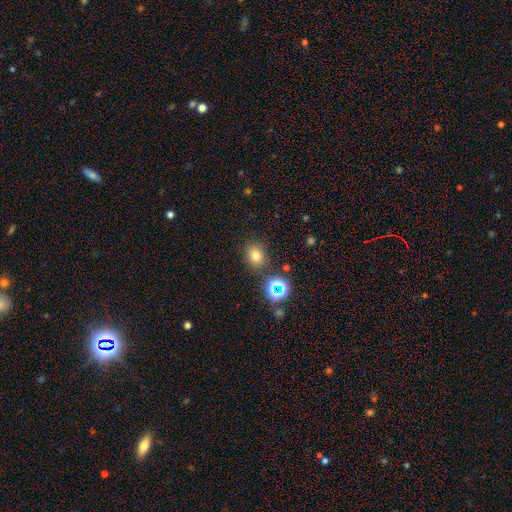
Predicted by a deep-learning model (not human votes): Smooth or featured: smooth — 72% (star or artifact — 20%)
How rounded: round — 64% (in between — 35%)
Merging: none — 81% (minor disturbance — 10%)